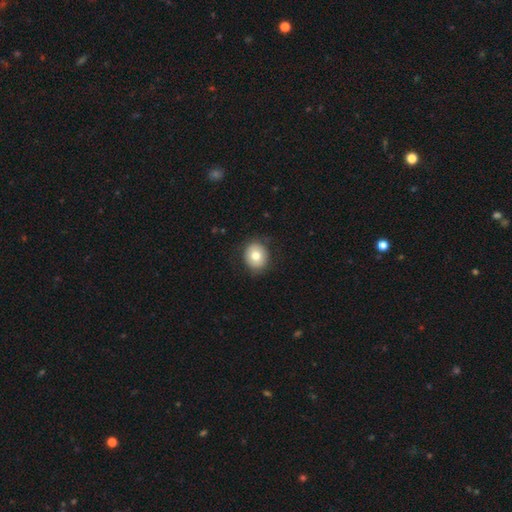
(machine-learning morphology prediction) A smooth galaxy with no disk features (77%) that is round (72%).

Vote fractions:
- Smooth or featured? smooth: 77% / featured or disk: 15% / star or artifact: 9%
- How rounded? round: 72% / in between: 27% / cigar-shaped: 1%
- Merging? none: 84% / minor disturbance: 12% / major disturbance: 3% / merger: 1%